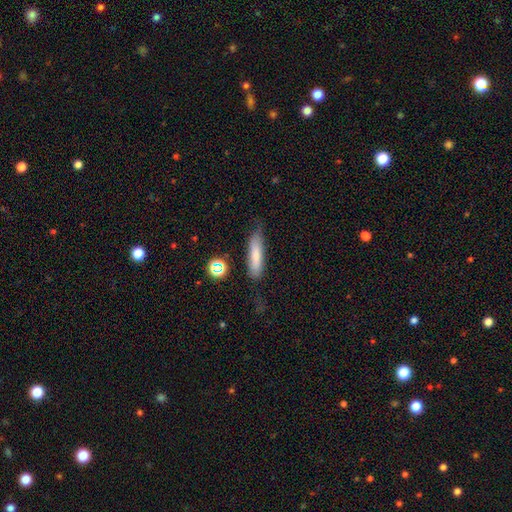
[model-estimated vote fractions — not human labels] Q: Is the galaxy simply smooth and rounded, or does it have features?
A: smooth — 76%.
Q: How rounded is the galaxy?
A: cigar-shaped — 73%.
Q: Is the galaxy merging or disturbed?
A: none — 70%.